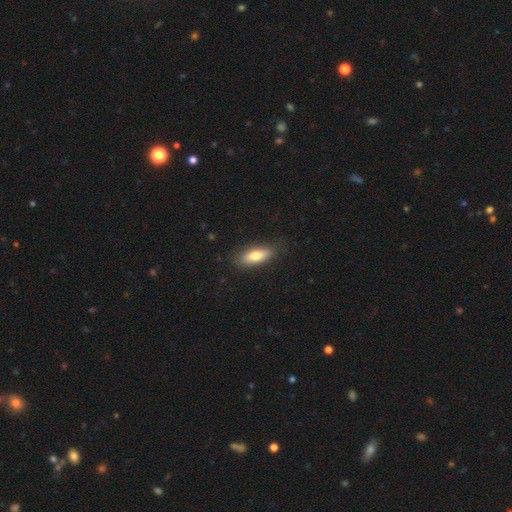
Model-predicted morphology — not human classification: Smooth or featured?
  - smooth: 74% *
  - featured or disk: 20%
  - star or artifact: 6%
How rounded?
  - in between: 67% *
  - cigar-shaped: 30%
  - round: 3%
Merging?
  - none: 84% *
  - minor disturbance: 12%
  - major disturbance: 3%
  - merger: 1%